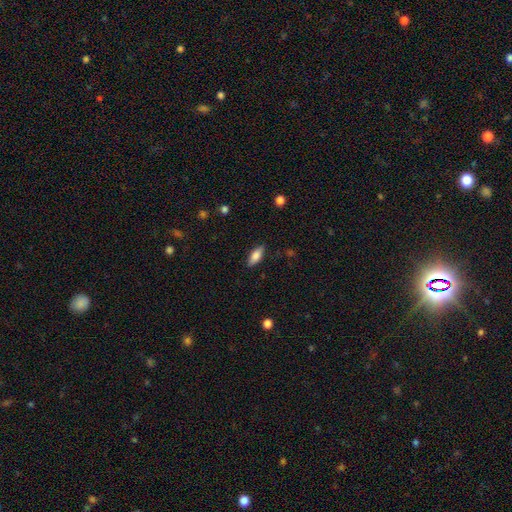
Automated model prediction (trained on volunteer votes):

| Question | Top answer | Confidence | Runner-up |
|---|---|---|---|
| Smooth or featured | smooth | 79% | featured or disk (15%) |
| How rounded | in between | 79% | cigar-shaped (19%) |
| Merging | none | 86% | minor disturbance (10%) |